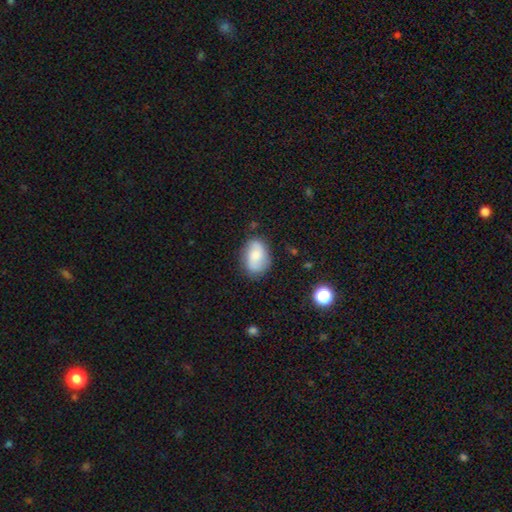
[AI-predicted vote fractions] The model was most divided on "smooth or featured": smooth: 62%, featured or disk: 30%, star or artifact: 8%. More confident: how rounded — in between (83%); merging — none (73%).